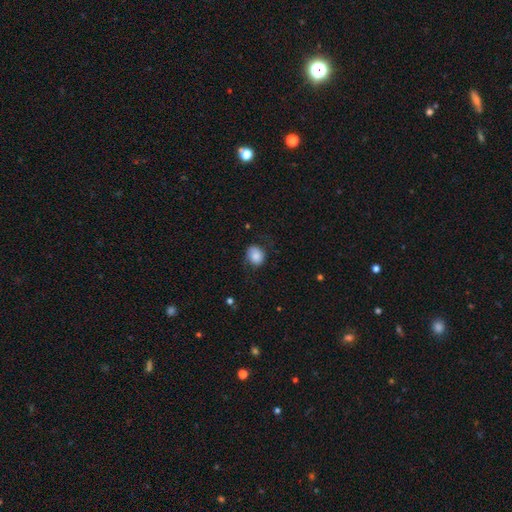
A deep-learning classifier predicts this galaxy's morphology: The model was most divided on "how rounded": round: 59%, in between: 40%, cigar-shaped: 1%. More confident: smooth or featured — smooth (81%); merging — none (67%).